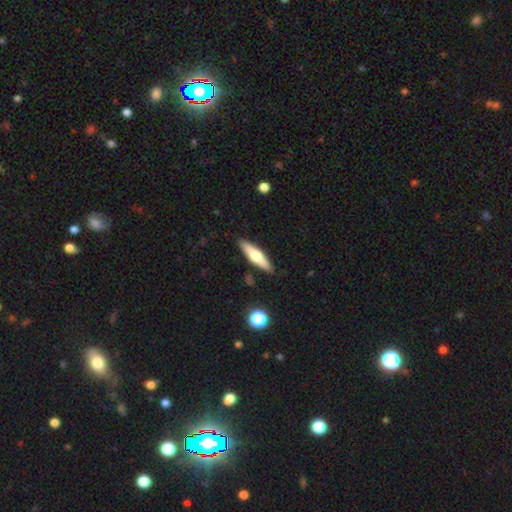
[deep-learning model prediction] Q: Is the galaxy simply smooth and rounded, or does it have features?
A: featured or disk — 51%.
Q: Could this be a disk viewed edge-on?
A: yes — 94%.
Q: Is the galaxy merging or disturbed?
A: none — 88%.